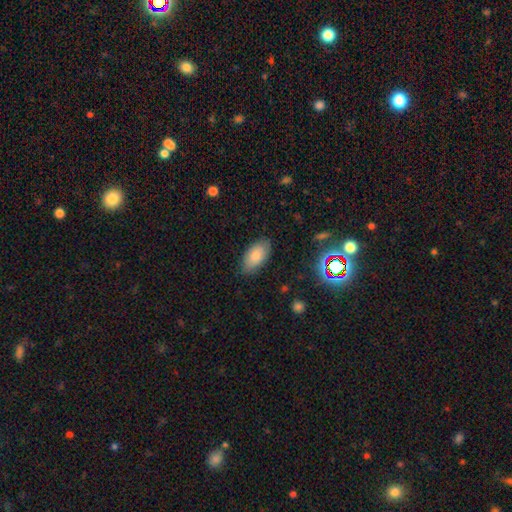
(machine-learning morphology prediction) Overall: smooth (84%). How rounded: in between (93%). Merging: none (82%).